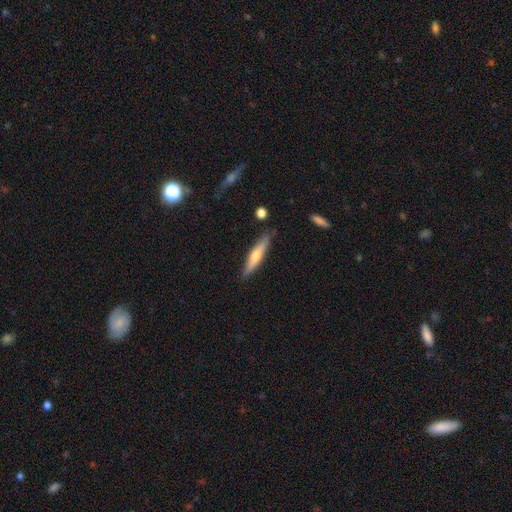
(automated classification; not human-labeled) This appears to be a smooth galaxy with no disk features (52%) that is cigar-shaped (84%). Merging: none (84%).